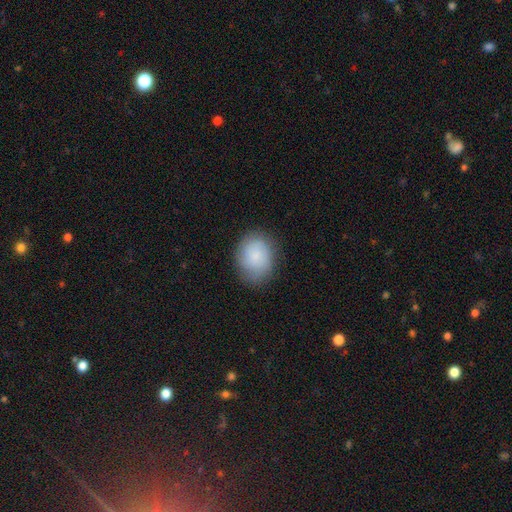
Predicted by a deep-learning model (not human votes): Smooth or featured: smooth — 77% (featured or disk — 15%)
How rounded: round — 50% (in between — 49%)
Merging: none — 77% (minor disturbance — 17%)